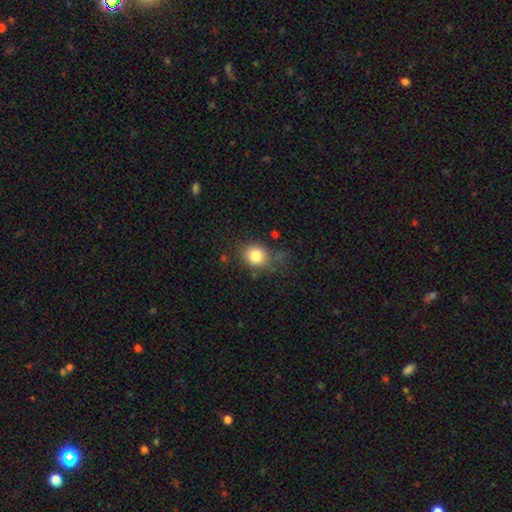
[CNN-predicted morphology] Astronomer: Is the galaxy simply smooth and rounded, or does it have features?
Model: smooth — 82%.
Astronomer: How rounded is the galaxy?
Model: round — 70%.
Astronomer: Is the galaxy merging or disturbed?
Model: none — 62%.